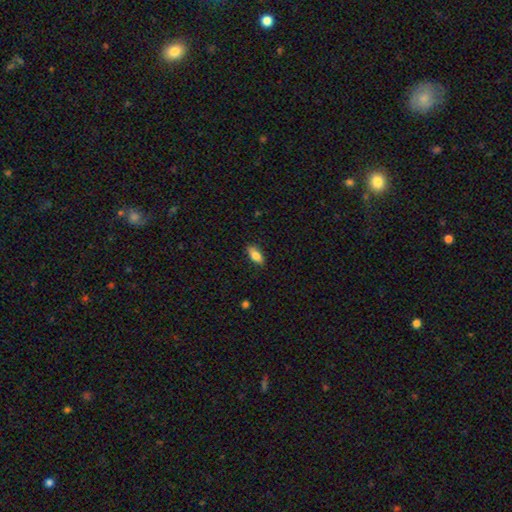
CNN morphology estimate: Overall: smooth (80%). How rounded: in between (83%). Merging: none (85%).